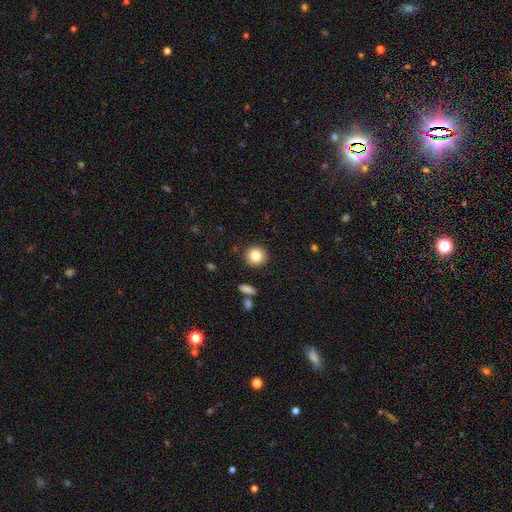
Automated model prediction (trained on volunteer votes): This appears to be a smooth galaxy with no disk features (82%) that is round (92%). Merging: none (91%).